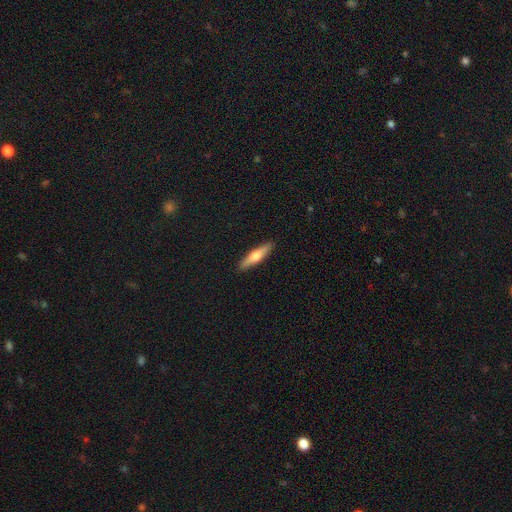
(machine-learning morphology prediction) smooth_or_featured: smooth (p=0.52) [alt: featured or disk p=0.42]
how_rounded: cigar-shaped (p=0.79) [alt: in between p=0.19]
merging: none (p=0.91) [alt: minor disturbance p=0.07]